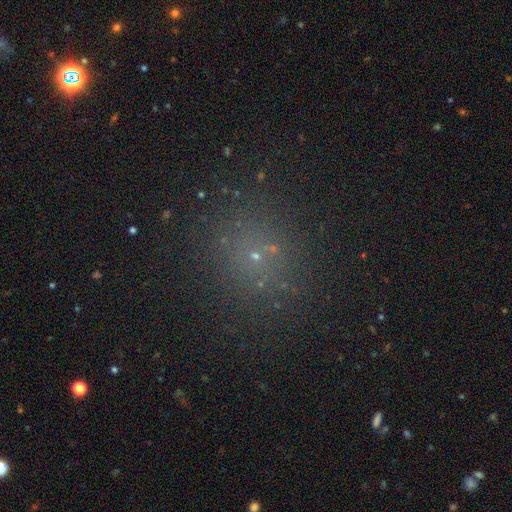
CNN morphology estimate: This appears to be a smooth galaxy with no disk features (52%) that is round (81%). Merging: none (82%).